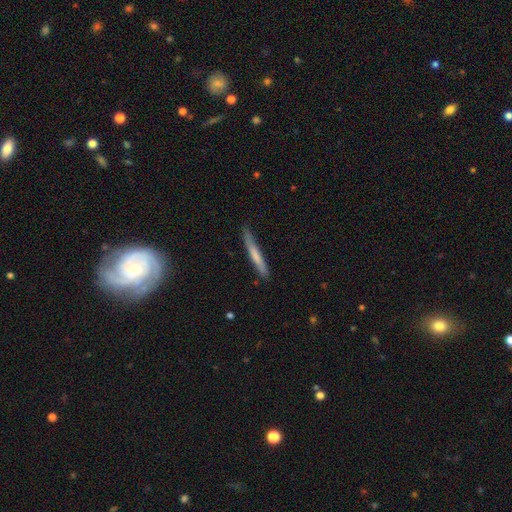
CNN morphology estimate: Smooth or featured? smooth (65%)
How rounded? cigar-shaped (96%)
Merging? none (79%)